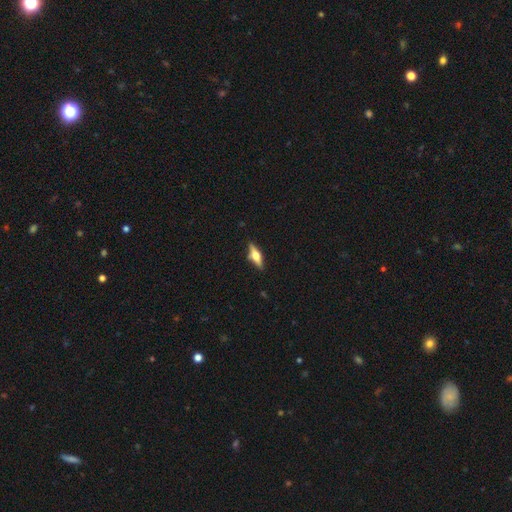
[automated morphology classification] Smooth or featured: featured or disk — 62% (smooth — 31%)
Edge-on disk: yes — 95% (no — 5%)
Edge-on bulge: rounded — 93% (boxy — 5%)
Merging: none — 86% (minor disturbance — 10%)